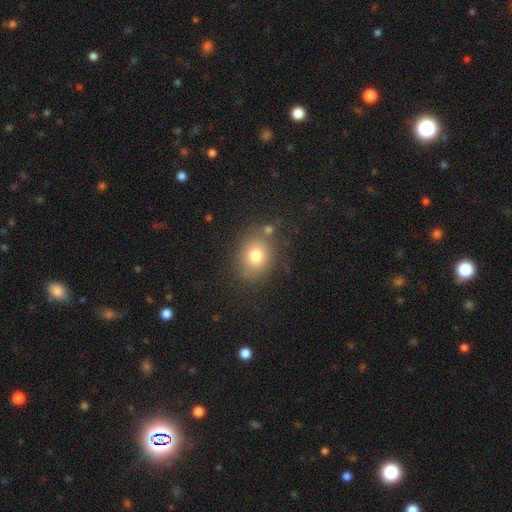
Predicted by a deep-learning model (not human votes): Smooth or featured? smooth (77%)
How rounded? round (54%)
Merging? none (76%)